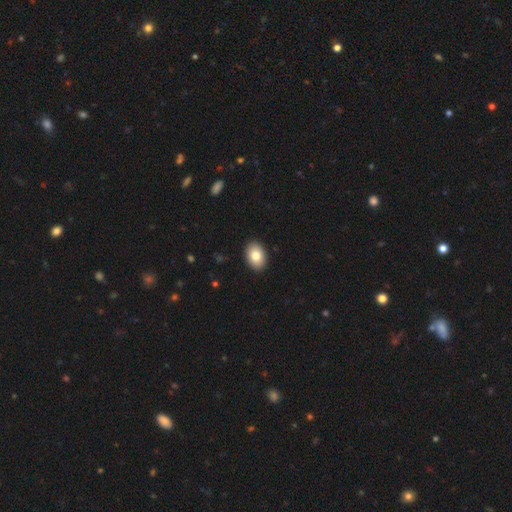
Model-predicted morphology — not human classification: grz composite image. It shows a smooth galaxy with no disk features (82%) that is in between round and cigar-shaped (85%). Merging: none (91%).